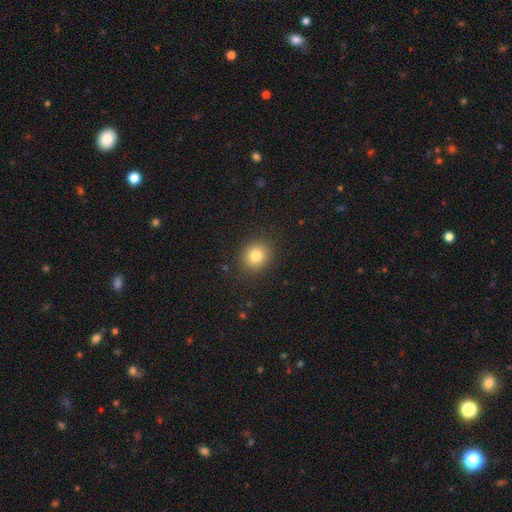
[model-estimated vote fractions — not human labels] Smooth or featured?
  - smooth: 82% *
  - star or artifact: 11%
  - featured or disk: 8%
How rounded?
  - round: 76% *
  - in between: 23%
  - cigar-shaped: 1%
Merging?
  - none: 89% *
  - minor disturbance: 8%
  - major disturbance: 3%
  - merger: 1%